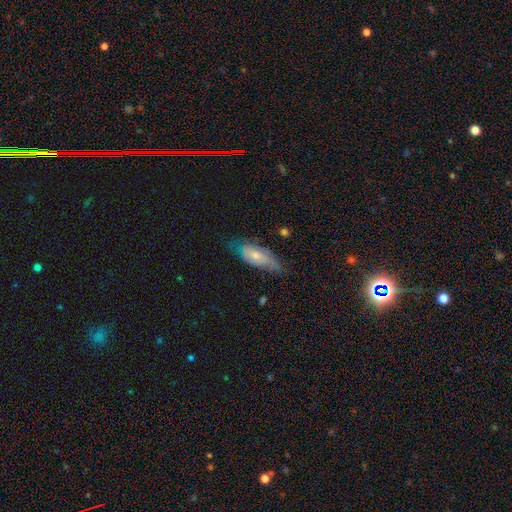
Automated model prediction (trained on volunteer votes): smooth_or_featured: smooth (p=0.51) [alt: featured or disk p=0.41]
how_rounded: in between (p=0.74) [alt: cigar-shaped p=0.24]
merging: none (p=0.56) [alt: minor disturbance p=0.31]